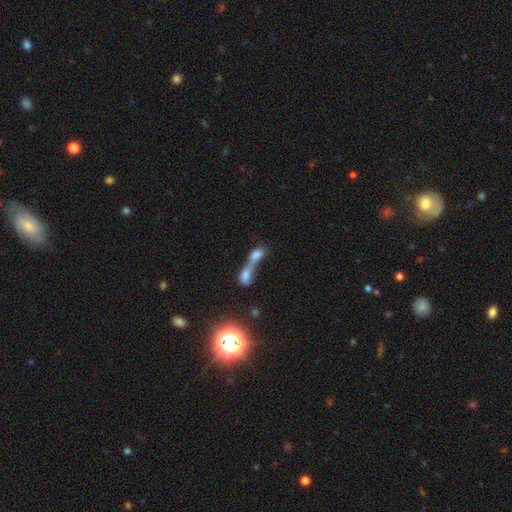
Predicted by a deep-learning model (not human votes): smooth_or_featured: smooth (p=0.65) [alt: featured or disk p=0.22]
how_rounded: in between (p=0.60) [alt: cigar-shaped p=0.21]
merging: merger (p=0.80) [alt: none p=0.10]